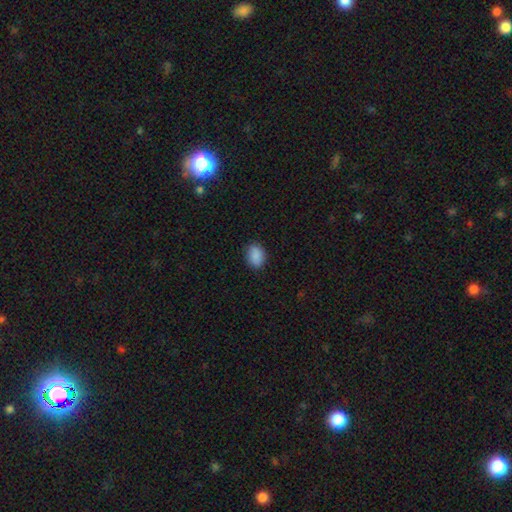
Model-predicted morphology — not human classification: This appears to be a smooth galaxy with no disk features (89%) that is in between round and cigar-shaped (72%). Merging: none (86%).